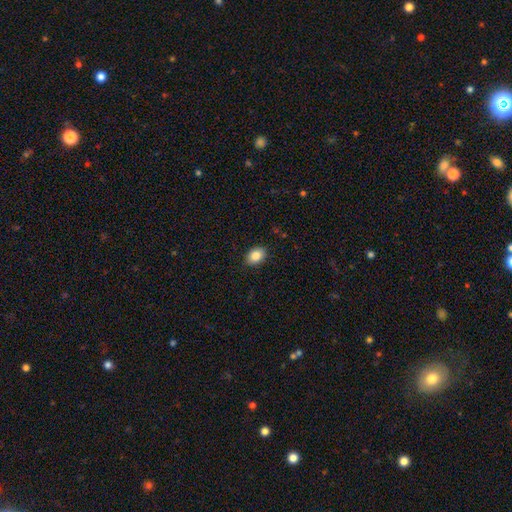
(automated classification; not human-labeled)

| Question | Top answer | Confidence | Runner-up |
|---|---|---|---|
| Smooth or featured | smooth | 86% | star or artifact (8%) |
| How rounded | in between | 80% | round (19%) |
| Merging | none | 88% | minor disturbance (9%) |